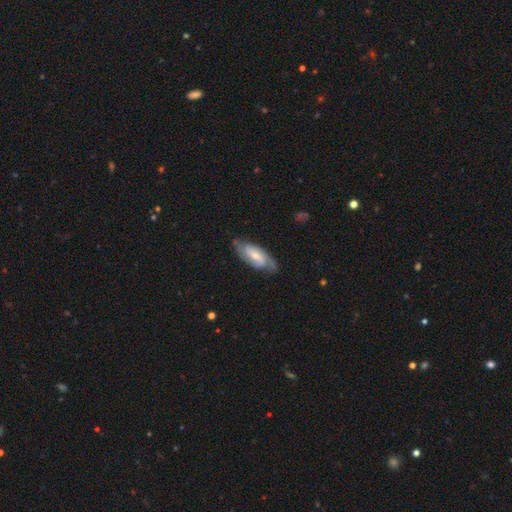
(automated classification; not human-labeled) This appears to be a featured or disk galaxy (73%) with a weak bar (47%), 2 (72%) medium (45%) spiral arms (93%) and a small central bulge (50%). Merging: none (71%).